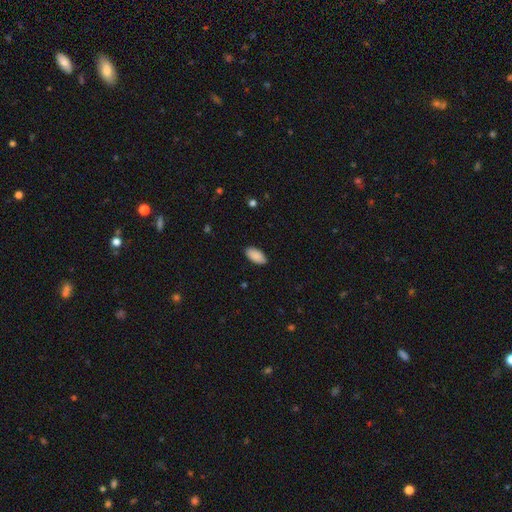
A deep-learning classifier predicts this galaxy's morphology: smooth 90%, star or artifact 6%, featured or disk 4%. Down the decision tree: how rounded — in between (95%); merging — none (89%).